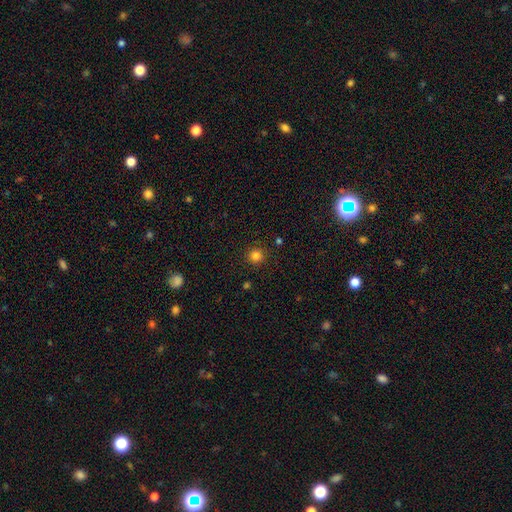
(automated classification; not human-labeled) Overall: smooth (82%). How rounded: round (94%). Merging: none (90%).